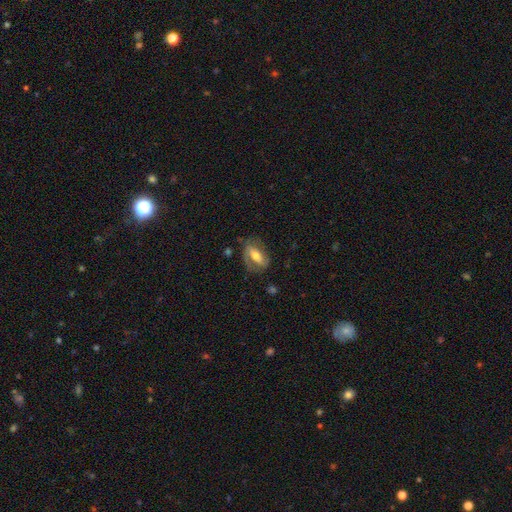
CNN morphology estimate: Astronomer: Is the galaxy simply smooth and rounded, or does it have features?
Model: featured or disk — 60%.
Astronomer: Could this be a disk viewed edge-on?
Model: no — 86%.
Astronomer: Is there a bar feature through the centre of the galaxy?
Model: strong — 50% (runner-up: weak, 27%).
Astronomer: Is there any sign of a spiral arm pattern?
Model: yes — 70%.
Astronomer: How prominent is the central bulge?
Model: moderate — 61%.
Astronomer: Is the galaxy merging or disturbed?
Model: none — 66%.